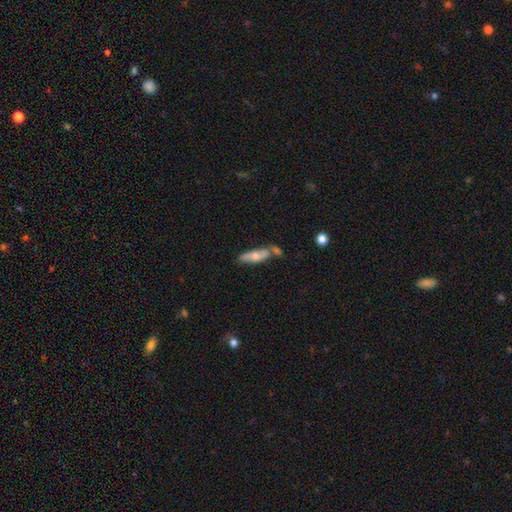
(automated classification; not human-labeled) The model was most divided on "how rounded": in between: 55%, cigar-shaped: 43%, round: 2%. Remaining: smooth or featured — smooth (61%); merging — none (46%).